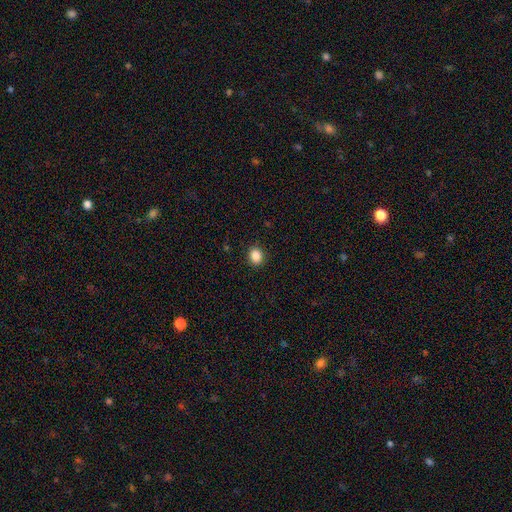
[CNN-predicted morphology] Smooth or featured? Predicted: smooth (p=0.87). How rounded? Predicted: round (p=0.65). Merging? Predicted: none (p=0.91).